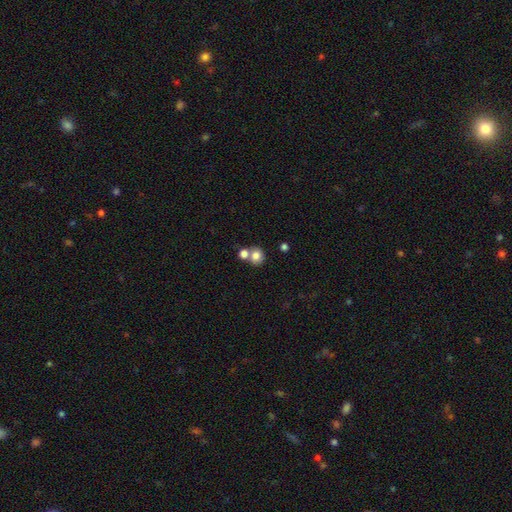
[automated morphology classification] smooth_or_featured: smooth (p=0.80) [alt: star or artifact p=0.11]
how_rounded: round (p=0.82) [alt: in between p=0.17]
merging: none (p=0.48) [alt: merger p=0.41]